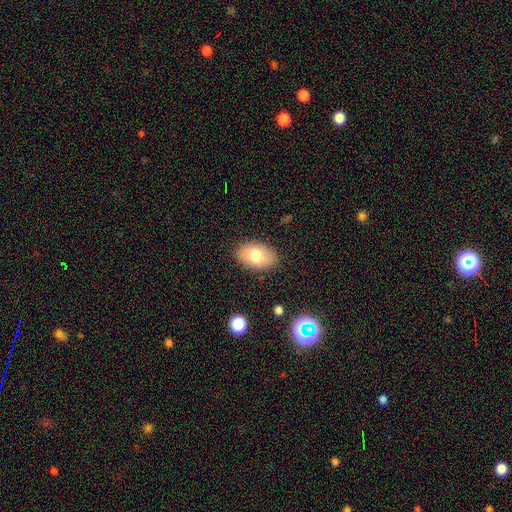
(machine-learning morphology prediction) Smooth or featured: smooth — 74% (featured or disk — 19%)
How rounded: in between — 91% (round — 8%)
Merging: none — 85% (minor disturbance — 11%)